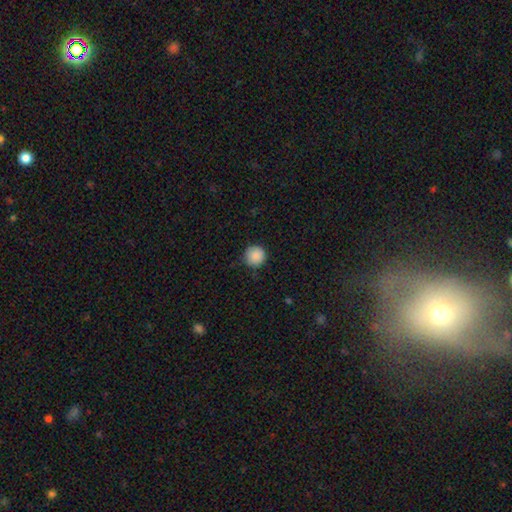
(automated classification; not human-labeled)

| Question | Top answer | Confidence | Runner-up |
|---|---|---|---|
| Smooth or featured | smooth | 88% | star or artifact (9%) |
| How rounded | round | 95% | in between (4%) |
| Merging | none | 87% | minor disturbance (10%) |